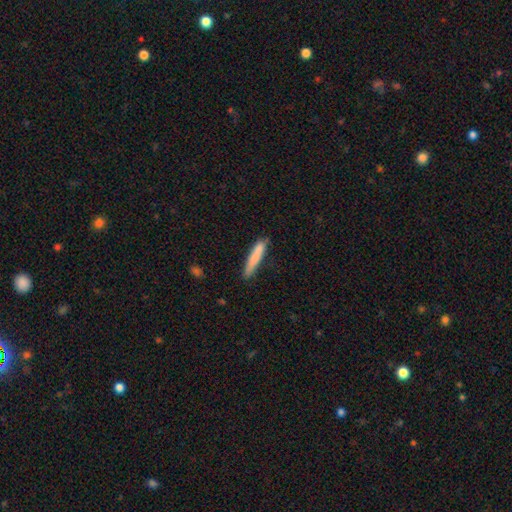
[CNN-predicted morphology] type=smooth (79%); roundness=cigar-shaped (93%); merging=none (77%).